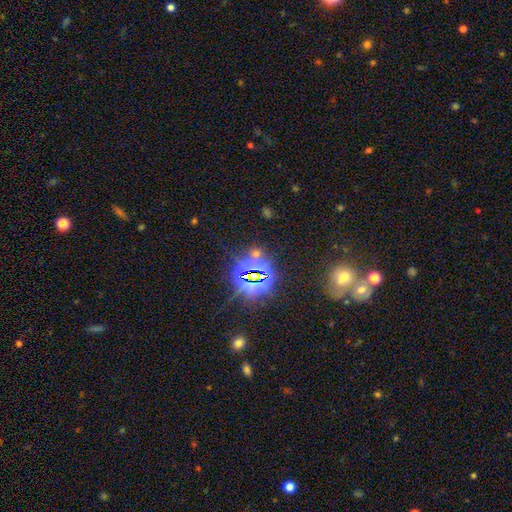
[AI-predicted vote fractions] A star or artifact, not a galaxy (76%).

Vote fractions:
- Smooth or featured? star or artifact: 76% / smooth: 15% / featured or disk: 9%